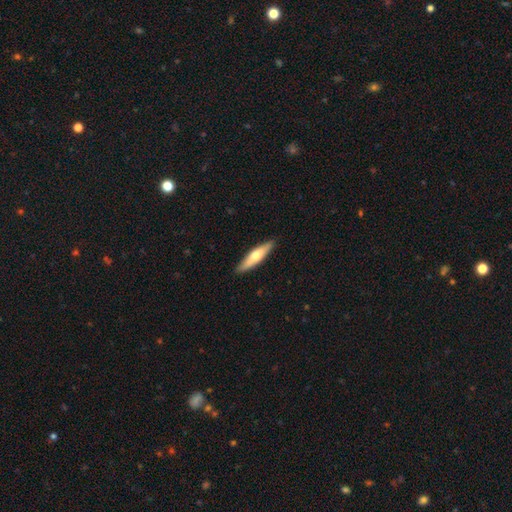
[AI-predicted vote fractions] Overall: smooth (52%; featured or disk 43%). How rounded: cigar-shaped (76%). Merging: none (89%).